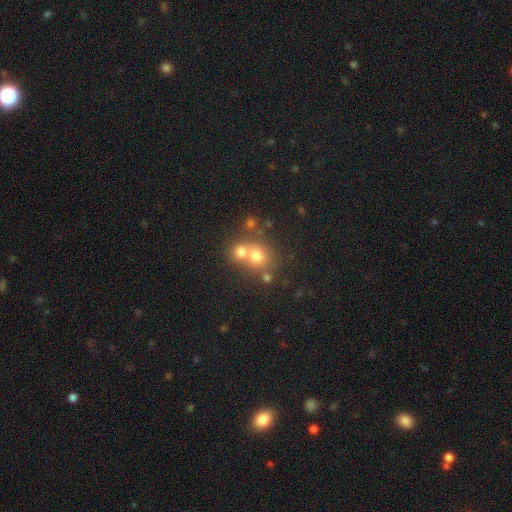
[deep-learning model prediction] Smooth or featured? Predicted: smooth (p=0.66). How rounded? Predicted: round (p=0.80). Merging? Predicted: merger (p=0.53).